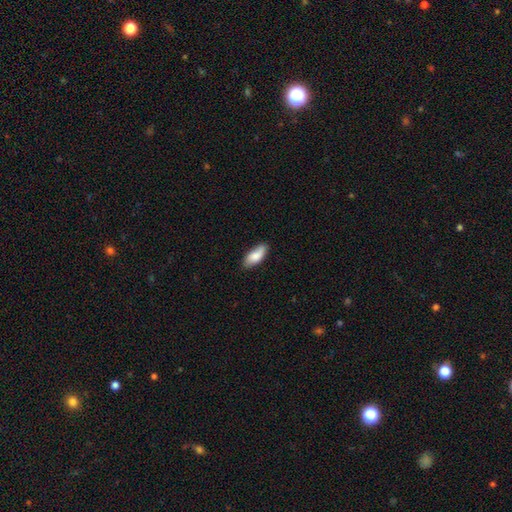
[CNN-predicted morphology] The model was most divided on "merging": none: 80%, minor disturbance: 16%, major disturbance: 2%, merger: 1%. More confident: how rounded — in between (83%); smooth or featured — smooth (80%).